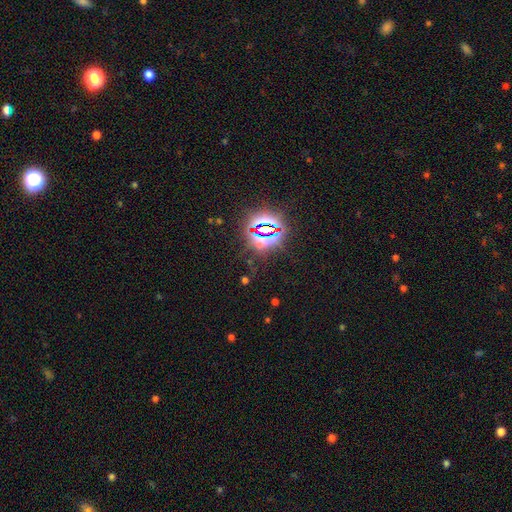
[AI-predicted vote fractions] Smooth or featured: star or artifact — 83% (smooth — 10%)